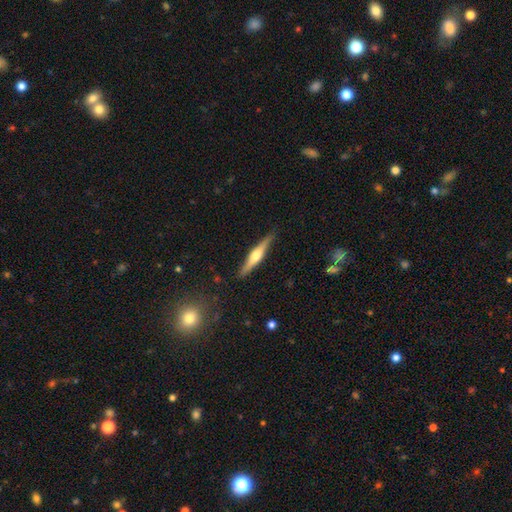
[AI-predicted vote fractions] Morphology: type=featured or disk (65%); edge-on=yes (97%); edge-on bulge=rounded (87%); merging=none (87%).